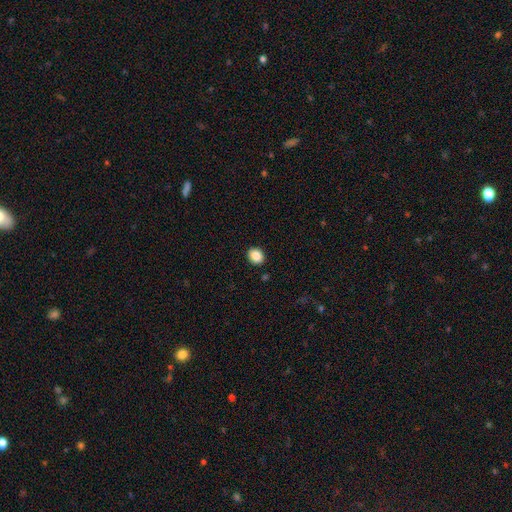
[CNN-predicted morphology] Smooth or featured?
  - smooth: 87% *
  - star or artifact: 9%
  - featured or disk: 4%
How rounded?
  - round: 63% *
  - in between: 36%
  - cigar-shaped: 1%
Merging?
  - none: 91% *
  - minor disturbance: 6%
  - major disturbance: 2%
  - merger: 1%